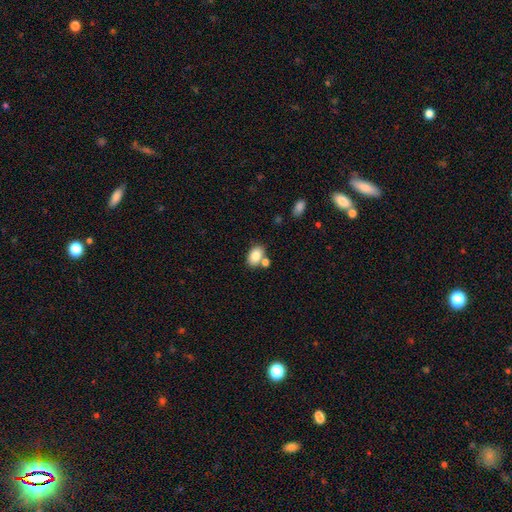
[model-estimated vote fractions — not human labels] smooth_or_featured: smooth (p=0.83) [alt: featured or disk p=0.09]
how_rounded: in between (p=0.86) [alt: round p=0.13]
merging: none (p=0.61) [alt: merger p=0.23]